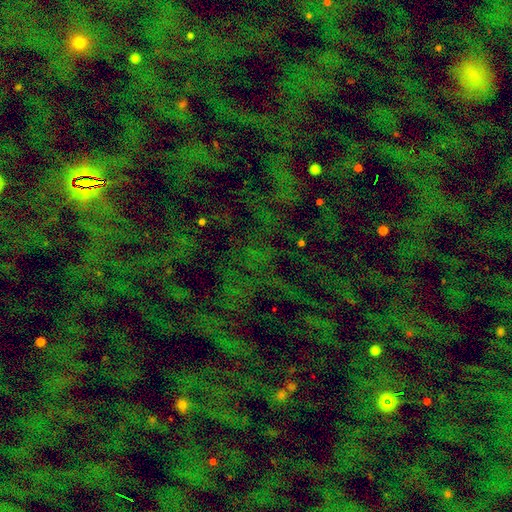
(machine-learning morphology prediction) A star or artifact, not a galaxy (72%).

Vote fractions:
- Smooth or featured? star or artifact: 72% / smooth: 18% / featured or disk: 10%